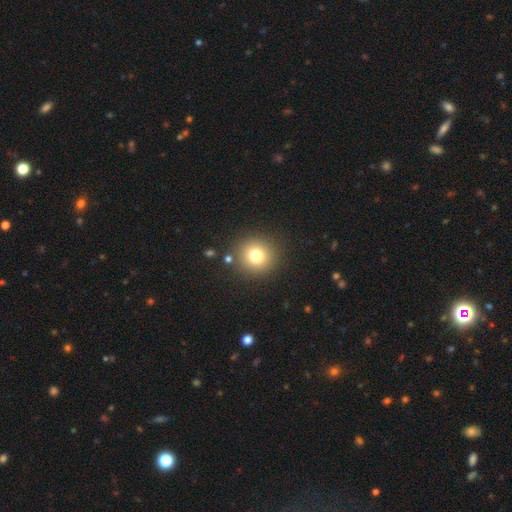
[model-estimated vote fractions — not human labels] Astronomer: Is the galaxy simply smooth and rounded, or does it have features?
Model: smooth — 76%.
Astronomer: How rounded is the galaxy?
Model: round — 93%.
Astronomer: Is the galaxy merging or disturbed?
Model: none — 88%.